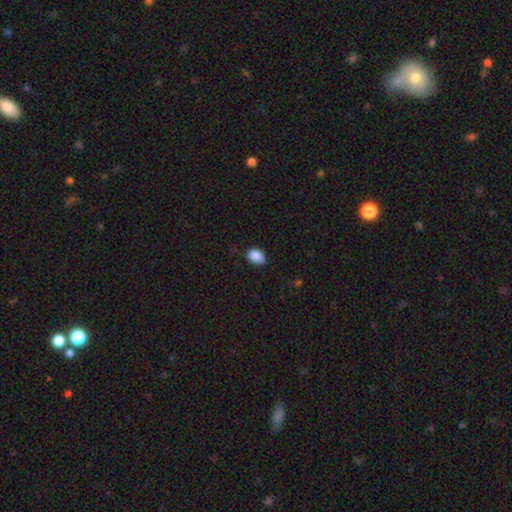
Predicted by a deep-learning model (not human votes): A smooth galaxy with no disk features (88%) that is in between round and cigar-shaped (80%).

Vote fractions:
- Smooth or featured? smooth: 88% / star or artifact: 8% / featured or disk: 4%
- How rounded? in between: 80% / round: 19% / cigar-shaped: 1%
- Merging? none: 77% / minor disturbance: 19% / major disturbance: 3% / merger: 1%